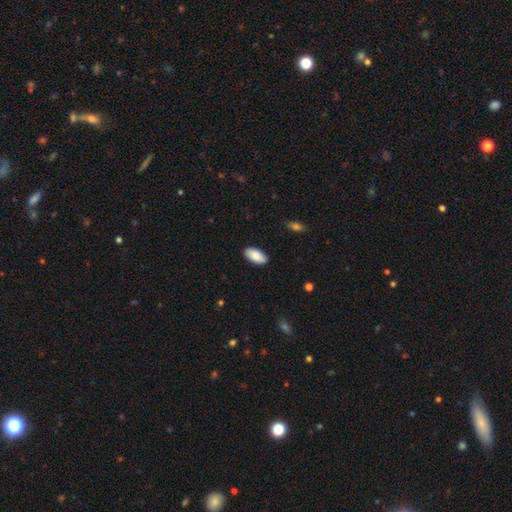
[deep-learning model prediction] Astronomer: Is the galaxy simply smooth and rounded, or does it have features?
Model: smooth — 87%.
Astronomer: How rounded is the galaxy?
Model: in between — 94%.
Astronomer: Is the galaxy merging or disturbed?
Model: none — 89%.